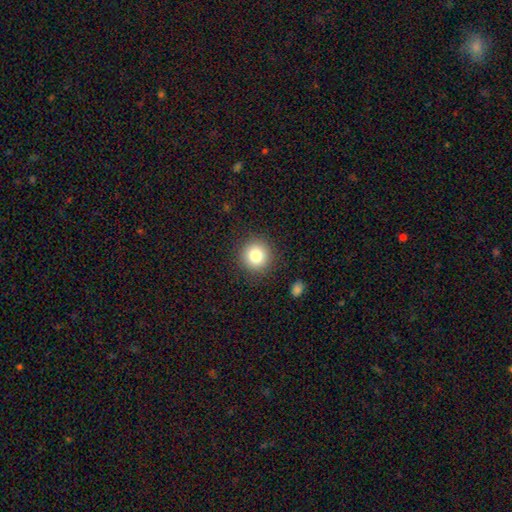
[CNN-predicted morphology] Overall: smooth (81%). How rounded: round (94%). Merging: none (90%).